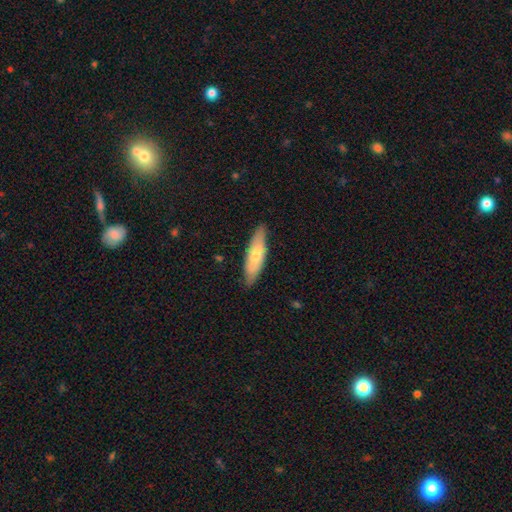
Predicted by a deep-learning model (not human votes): smooth_or_featured: smooth (p=0.64) [alt: featured or disk p=0.30]
how_rounded: cigar-shaped (p=0.56) [alt: in between p=0.43]
merging: none (p=0.83) [alt: minor disturbance p=0.14]